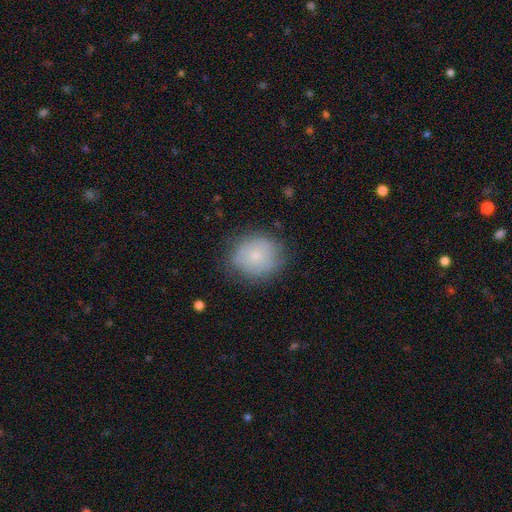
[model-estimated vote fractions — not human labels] A smooth galaxy with no disk features (73%) that is round (79%).

Vote fractions:
- Smooth or featured? smooth: 73% / featured or disk: 19% / star or artifact: 8%
- How rounded? round: 79% / in between: 20% / cigar-shaped: 1%
- Merging? none: 75% / minor disturbance: 18% / major disturbance: 5% / merger: 1%